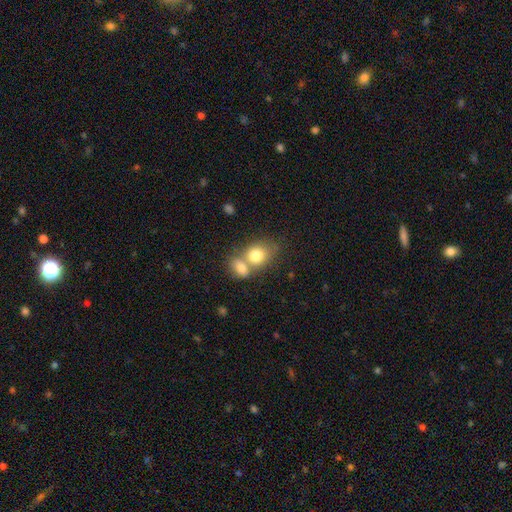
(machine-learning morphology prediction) type=smooth (77%); roundness=in between (52%); merging=merger (59%).